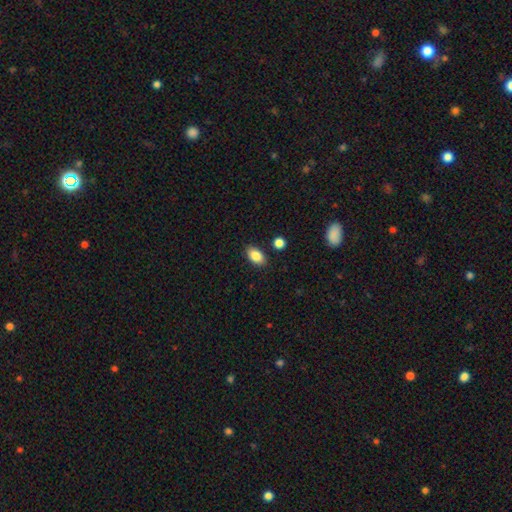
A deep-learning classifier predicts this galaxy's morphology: Smooth or featured: smooth — 86% (star or artifact — 8%)
How rounded: in between — 89% (round — 9%)
Merging: none — 85% (minor disturbance — 10%)